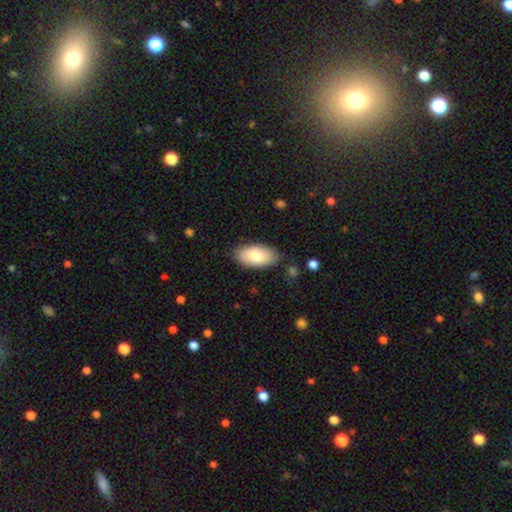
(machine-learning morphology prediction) Smooth or featured? smooth (77%)
How rounded? in between (95%)
Merging? none (83%)